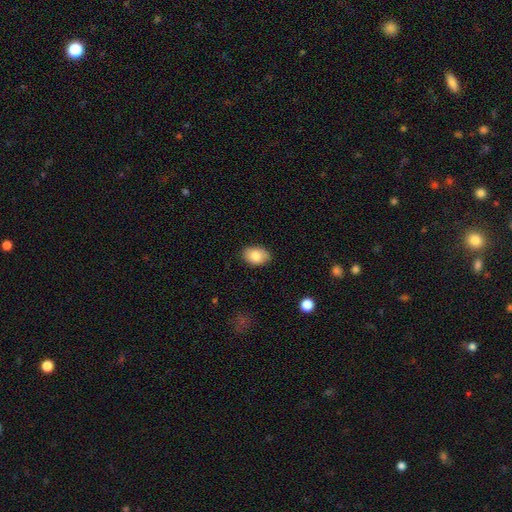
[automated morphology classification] The model was most divided on "how rounded": in between: 83%, round: 16%, cigar-shaped: 1%. More confident: smooth or featured — smooth (85%); merging — none (84%).